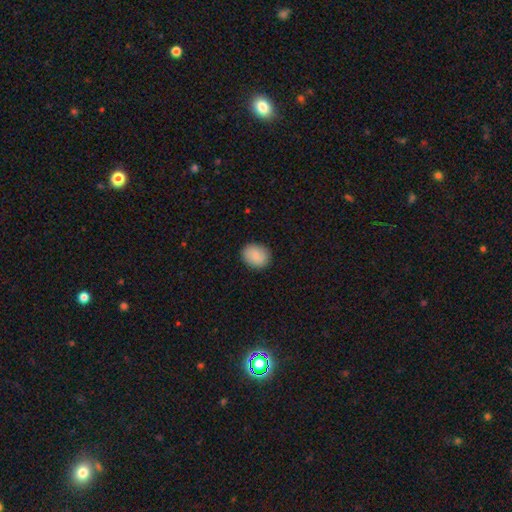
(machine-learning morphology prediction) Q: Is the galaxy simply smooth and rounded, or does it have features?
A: smooth — 89%.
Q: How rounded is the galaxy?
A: round — 53%.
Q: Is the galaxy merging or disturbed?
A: none — 88%.